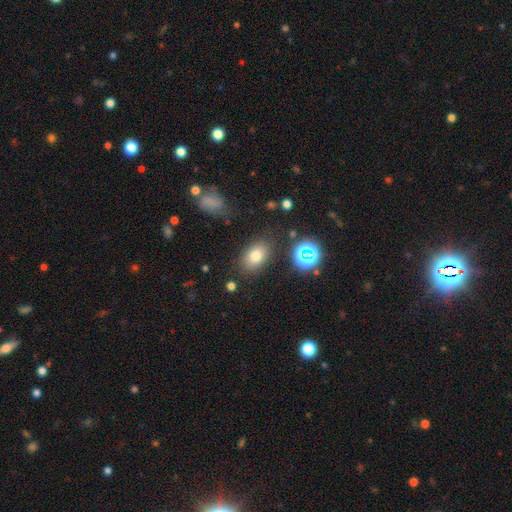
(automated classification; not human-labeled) A smooth galaxy with no disk features (75%) that is in between round and cigar-shaped (83%).

Vote fractions:
- Smooth or featured? smooth: 75% / star or artifact: 14% / featured or disk: 11%
- How rounded? in between: 83% / round: 15% / cigar-shaped: 1%
- Merging? none: 81% / minor disturbance: 12% / major disturbance: 4% / merger: 3%